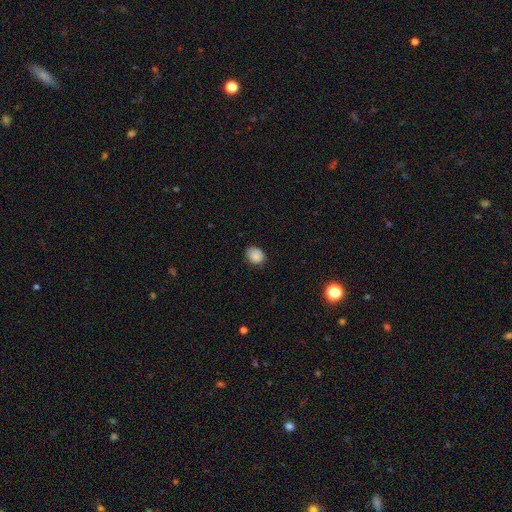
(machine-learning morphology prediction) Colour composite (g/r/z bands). It shows a smooth galaxy with no disk features (86%) that is in between round and cigar-shaped (55%). Merging: none (78%).